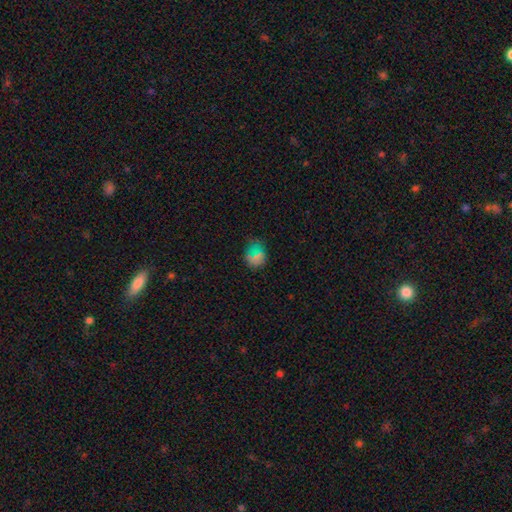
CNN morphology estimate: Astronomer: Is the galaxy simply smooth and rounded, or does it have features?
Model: smooth — 61%.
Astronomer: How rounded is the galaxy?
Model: round — 60% (runner-up: in between, 39%).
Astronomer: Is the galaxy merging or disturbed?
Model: none — 70%.